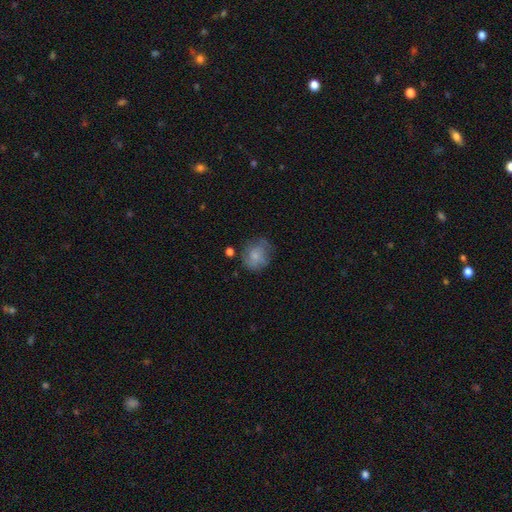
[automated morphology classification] This appears to be a smooth galaxy with no disk features (61%) that is round (72%). Merging: none (58%).